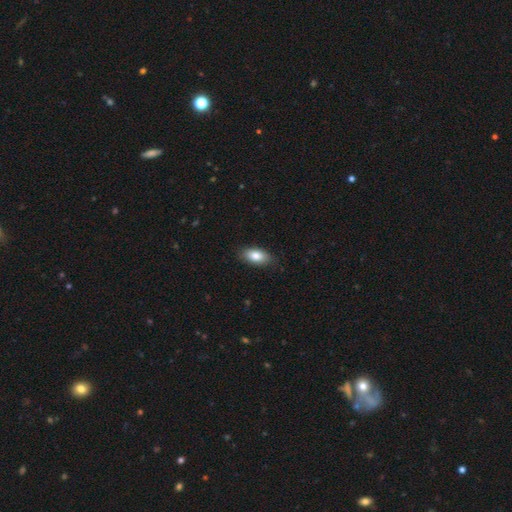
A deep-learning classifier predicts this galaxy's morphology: This is clearly a smooth galaxy (84%). How rounded: clearly in between (91%). Merging: clearly none (84%).